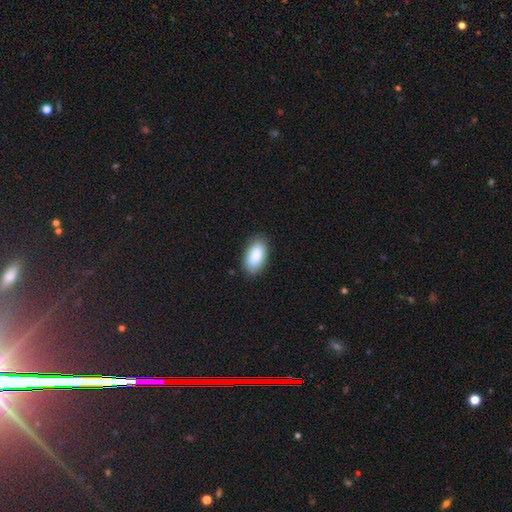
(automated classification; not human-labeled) Smooth or featured?
  - smooth: 86% *
  - featured or disk: 8%
  - star or artifact: 7%
How rounded?
  - in between: 94% *
  - round: 3%
  - cigar-shaped: 3%
Merging?
  - none: 86% *
  - minor disturbance: 11%
  - major disturbance: 2%
  - merger: 1%